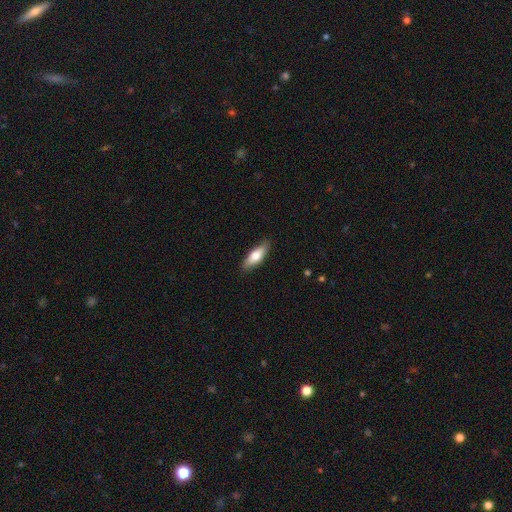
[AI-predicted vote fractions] The model was most divided on "how rounded": in between: 58%, cigar-shaped: 39%, round: 2%. More confident: merging — none (87%); smooth or featured — smooth (69%).